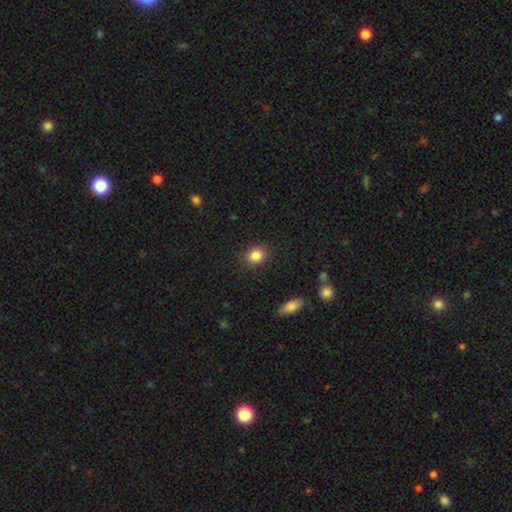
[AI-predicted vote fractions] Smooth or featured?
  - smooth: 85% *
  - star or artifact: 10%
  - featured or disk: 5%
How rounded?
  - round: 74% *
  - in between: 24%
  - cigar-shaped: 1%
Merging?
  - none: 88% *
  - minor disturbance: 8%
  - major disturbance: 2%
  - merger: 1%